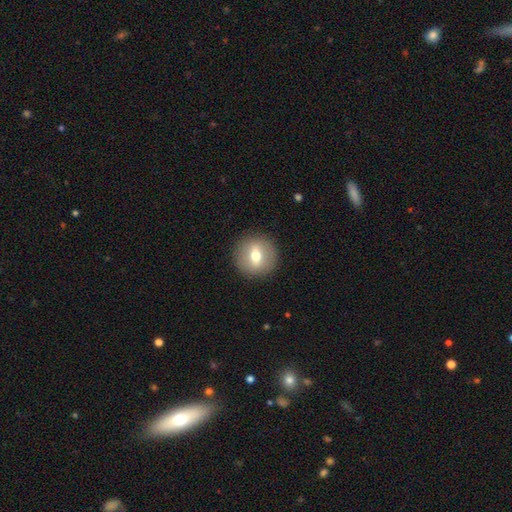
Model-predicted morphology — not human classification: Overall: smooth (59%; featured or disk 33%). How rounded: round (91%). Merging: none (90%).